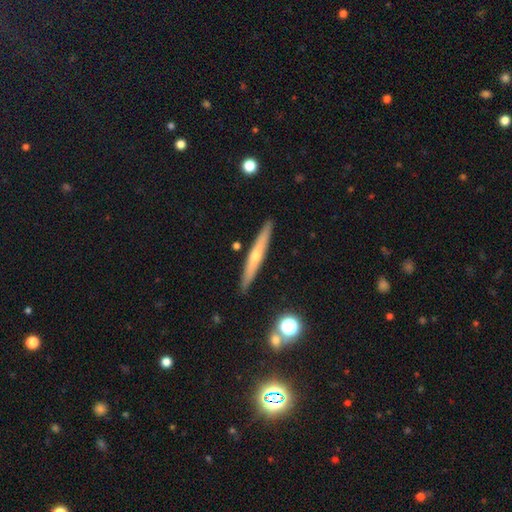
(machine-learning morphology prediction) Overall: featured or disk (56%; smooth 37%). Edge-on disk: yes (94%). Edge-on bulge: rounded (68%; none 30%). Merging: none (90%).